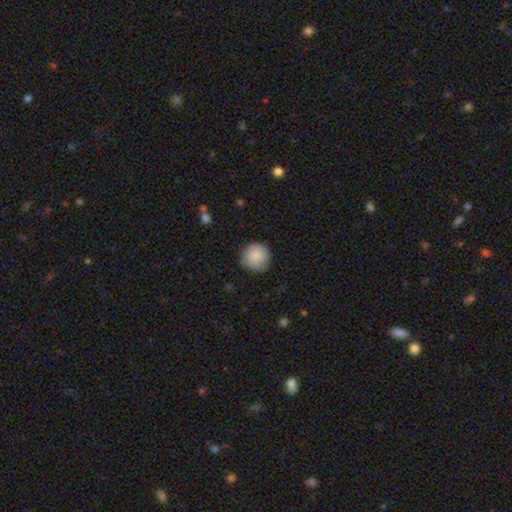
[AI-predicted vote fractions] This is clearly a smooth galaxy (84%). How rounded: clearly round (94%). Merging: likely none (80%).